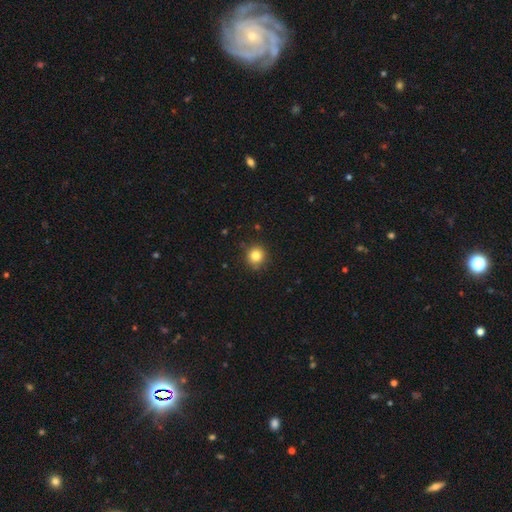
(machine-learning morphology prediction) Smooth or featured?
  - smooth: 83% *
  - star or artifact: 12%
  - featured or disk: 6%
How rounded?
  - round: 91% *
  - in between: 8%
  - cigar-shaped: 1%
Merging?
  - none: 86% *
  - minor disturbance: 10%
  - major disturbance: 2%
  - merger: 1%